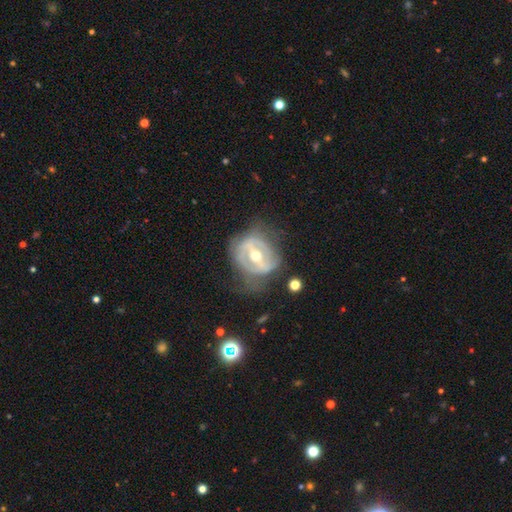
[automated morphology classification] type=featured or disk (80%); edge-on=no (94%); bar=strong (59%); spiral arms=yes (55%); bulge=moderate (65%); merging=none (53%).